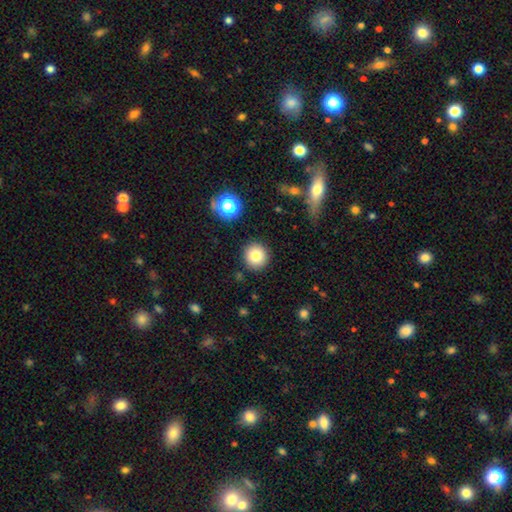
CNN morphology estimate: Smooth or featured: smooth — 80% (star or artifact — 12%)
How rounded: round — 94% (in between — 5%)
Merging: none — 90% (minor disturbance — 6%)